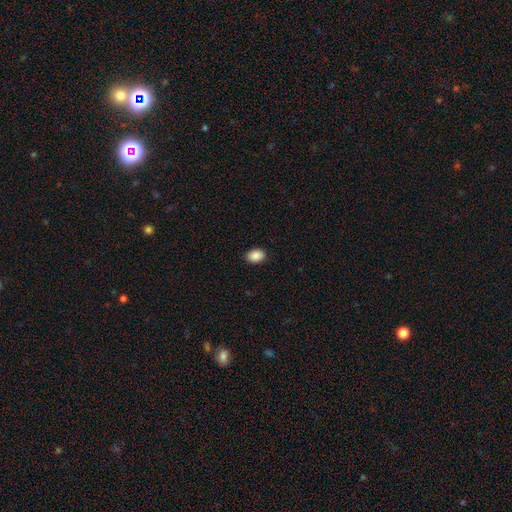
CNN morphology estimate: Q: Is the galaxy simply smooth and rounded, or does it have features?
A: smooth — 90%.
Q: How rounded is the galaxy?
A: in between — 79%.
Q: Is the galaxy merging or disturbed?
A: none — 90%.